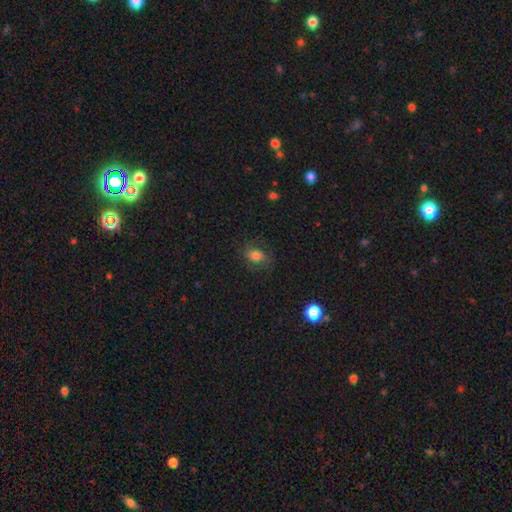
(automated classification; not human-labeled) Overall: smooth (67%). How rounded: in between (63%; round 36%). Merging: none (70%).